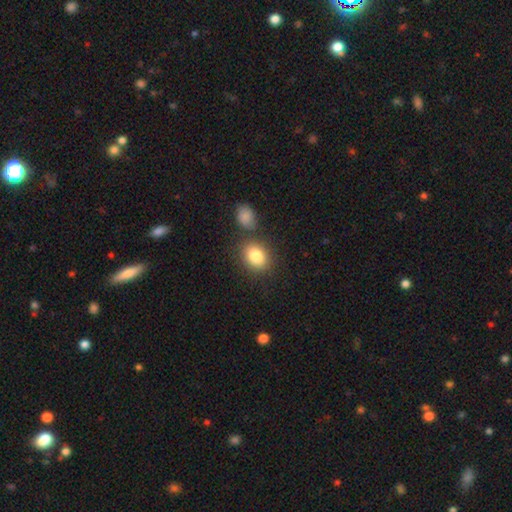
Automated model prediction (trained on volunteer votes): Smooth or featured? smooth (84%)
How rounded? in between (57%)
Merging? none (71%)